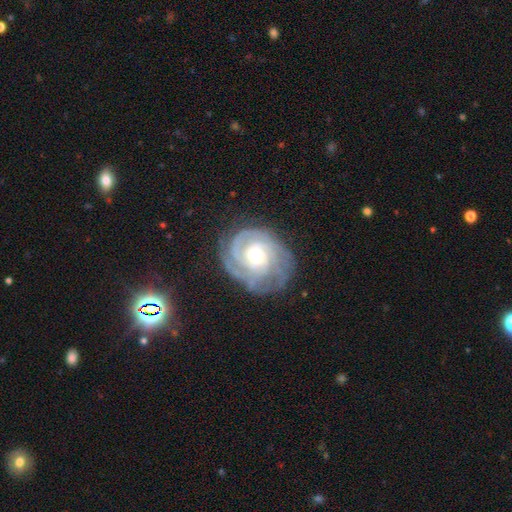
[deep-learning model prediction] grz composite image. It shows a featured or disk galaxy (88%) with no bar (57%), 3 (30%) tight (73%) spiral arms (97%) and a moderate central bulge (65%). Merging: none (76%).